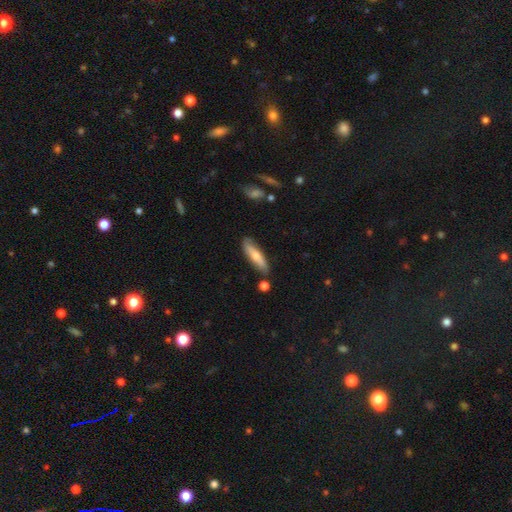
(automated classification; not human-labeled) Overall: smooth (58%; featured or disk 36%). How rounded: cigar-shaped (71%). Merging: none (82%).